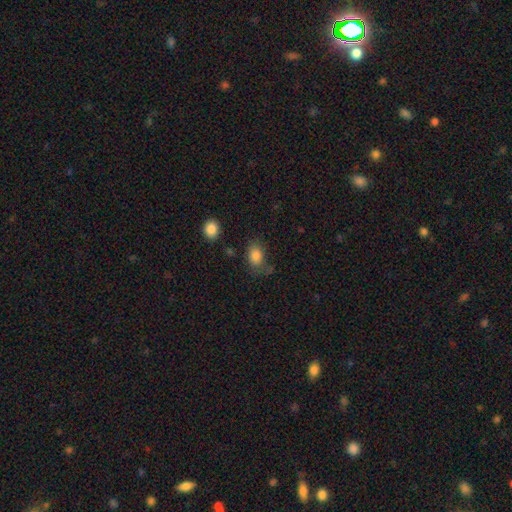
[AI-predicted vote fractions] The model was most divided on "merging": none: 63%, minor disturbance: 22%, major disturbance: 10%, merger: 5%. More confident: smooth or featured — smooth (84%); how rounded — in between (71%).